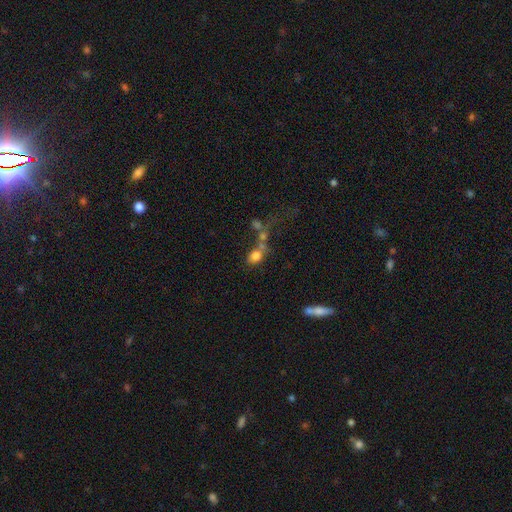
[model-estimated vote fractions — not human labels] Smooth or featured?
  - smooth: 73% *
  - featured or disk: 14%
  - star or artifact: 13%
How rounded?
  - in between: 59% *
  - round: 38%
  - cigar-shaped: 2%
Merging?
  - merger: 41% *
  - none: 34%
  - major disturbance: 14%
  - minor disturbance: 11%